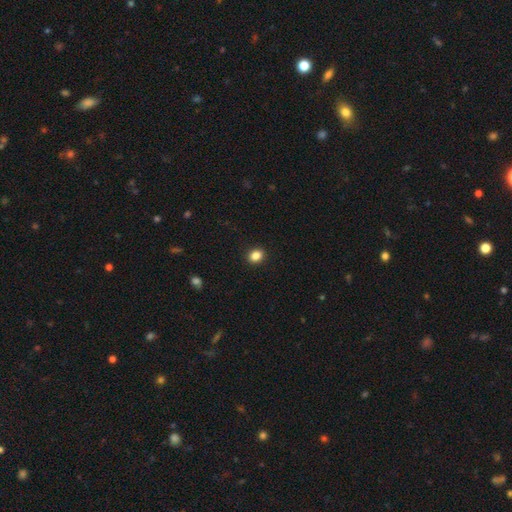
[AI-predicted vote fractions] smooth_or_featured: smooth (p=0.85) [alt: star or artifact p=0.10]
how_rounded: in between (p=0.53) [alt: round p=0.46]
merging: none (p=0.91) [alt: minor disturbance p=0.06]